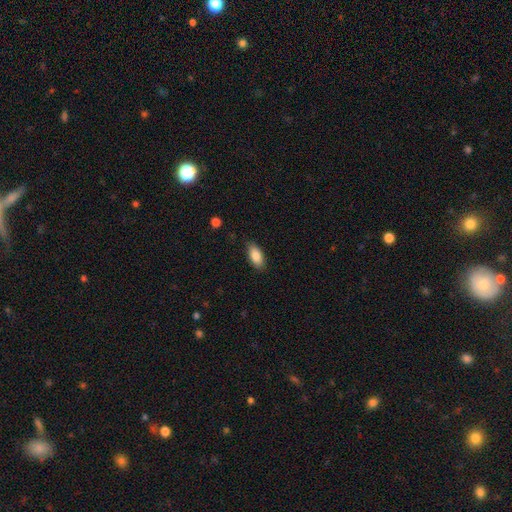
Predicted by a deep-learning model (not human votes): smooth 86%, featured or disk 7%, star or artifact 7%. Down the decision tree: how rounded — in between (89%); merging — none (84%).